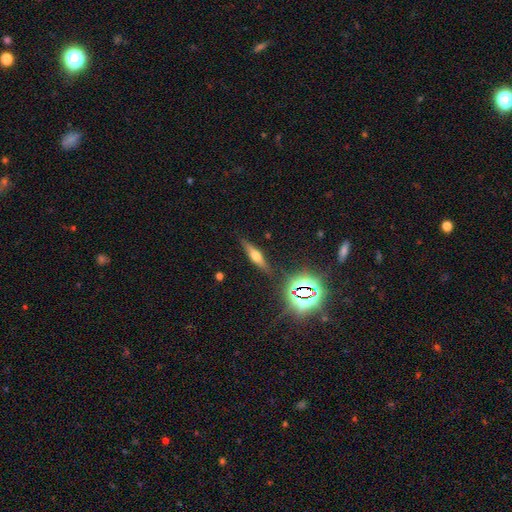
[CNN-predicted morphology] Q: Smooth or featured?
A: featured or disk (46%); runner-up: smooth (38%)
Q: Merging?
A: none (84%); runner-up: minor disturbance (11%)